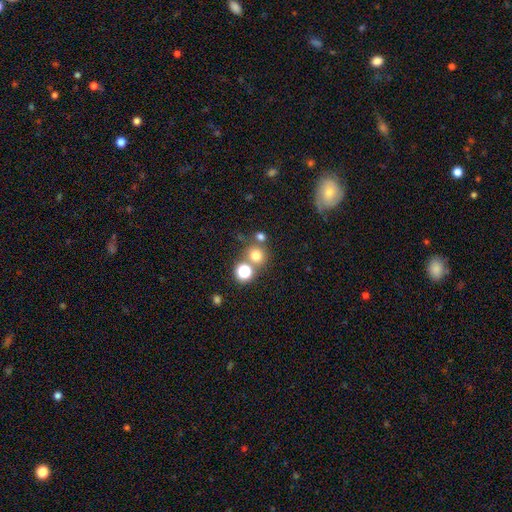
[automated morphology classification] A smooth galaxy with no disk features (72%) that is round (87%). Merging: none (65%).